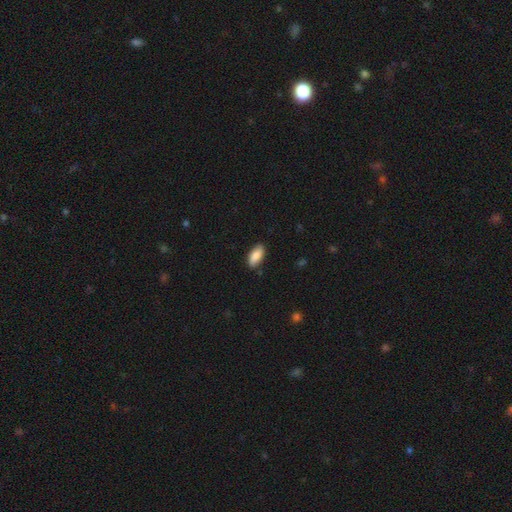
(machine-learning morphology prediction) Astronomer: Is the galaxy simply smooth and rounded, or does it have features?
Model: smooth — 82%.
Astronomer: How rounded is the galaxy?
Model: in between — 88%.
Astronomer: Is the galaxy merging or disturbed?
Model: none — 82%.